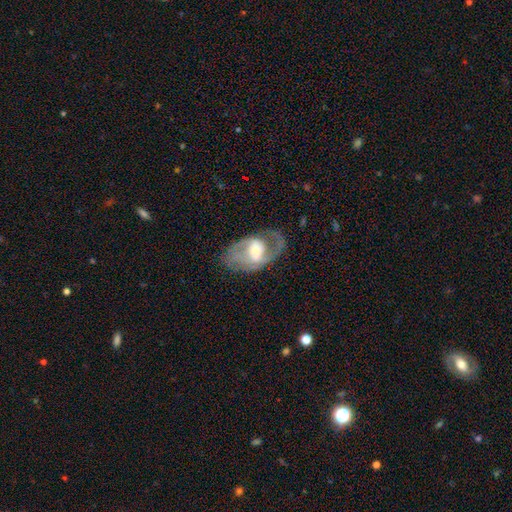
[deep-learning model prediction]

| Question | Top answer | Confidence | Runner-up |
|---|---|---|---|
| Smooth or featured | featured or disk | 81% | smooth (14%) |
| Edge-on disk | no | 96% | yes (4%) |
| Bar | weak | 48% | no (27%) |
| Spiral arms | yes | 90% | no (10%) |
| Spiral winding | medium | 50% | loose (30%) |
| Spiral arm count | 2 | 74% | can't tell (11%) |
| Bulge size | moderate | 45% | small (35%) |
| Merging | none | 64% | minor disturbance (18%) |